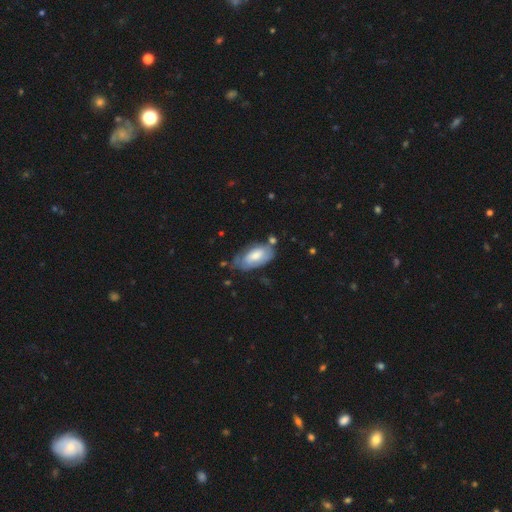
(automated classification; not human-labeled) Smooth or featured? Predicted: smooth (p=0.61). How rounded? Predicted: in between (p=0.90). Merging? Predicted: none (p=0.52).